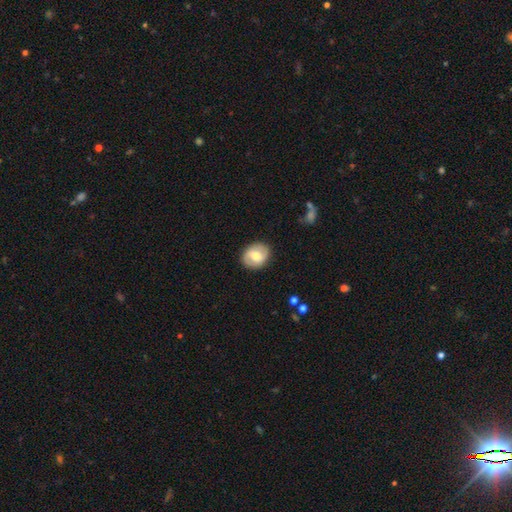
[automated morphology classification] Overall: smooth (47%; featured or disk 46%). Merging: none (86%).